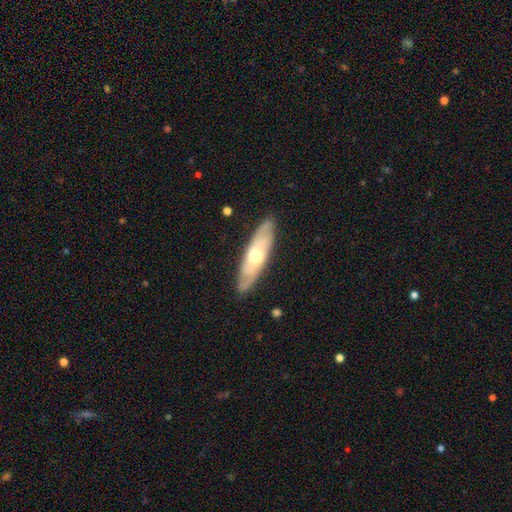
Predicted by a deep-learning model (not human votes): A featured or disk galaxy (52%).

Vote fractions:
- Smooth or featured? featured or disk: 52% / smooth: 43% / star or artifact: 5%
- Edge-on disk? no: 53% / yes: 47%
- Merging? none: 86% / minor disturbance: 11% / major disturbance: 2% / merger: 1%